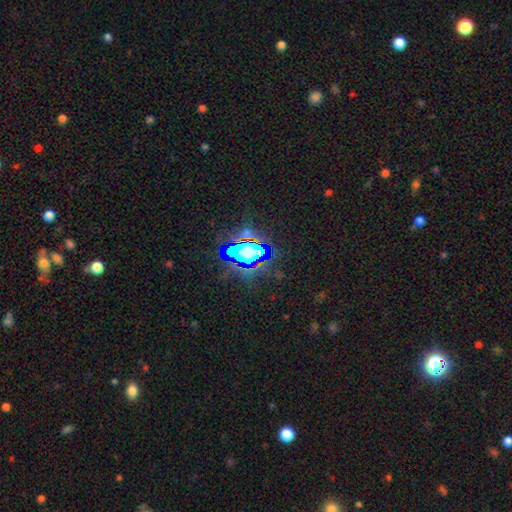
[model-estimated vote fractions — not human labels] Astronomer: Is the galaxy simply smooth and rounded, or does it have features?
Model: star or artifact — 65%.